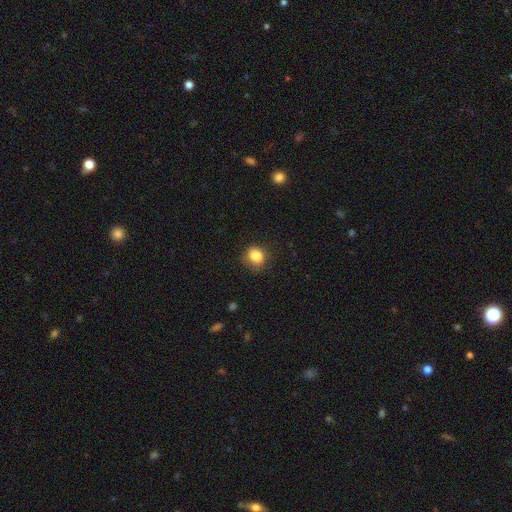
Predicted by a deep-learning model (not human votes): A smooth galaxy with no disk features (85%) that is round (70%).

Vote fractions:
- Smooth or featured? smooth: 85% / star or artifact: 10% / featured or disk: 5%
- How rounded? round: 70% / in between: 29% / cigar-shaped: 1%
- Merging? none: 73% / minor disturbance: 20% / major disturbance: 5% / merger: 1%